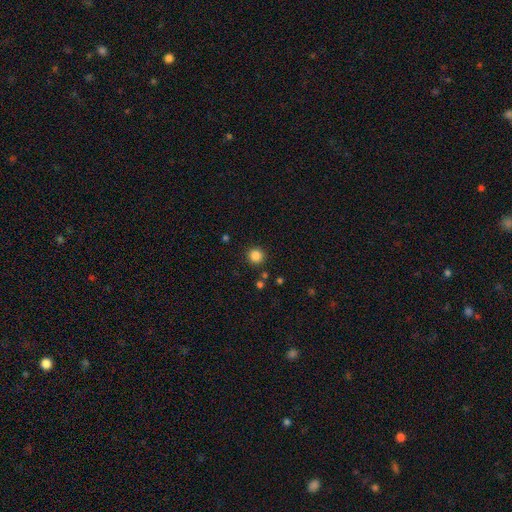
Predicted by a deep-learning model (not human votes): Overall: smooth (85%). How rounded: round (95%). Merging: none (90%).